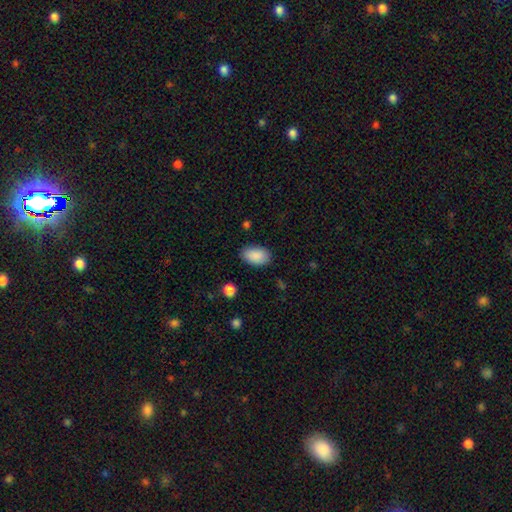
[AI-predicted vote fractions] The model was most divided on "merging": none: 84%, minor disturbance: 11%, major disturbance: 3%, merger: 1%. More confident: how rounded — in between (92%); smooth or featured — smooth (90%).